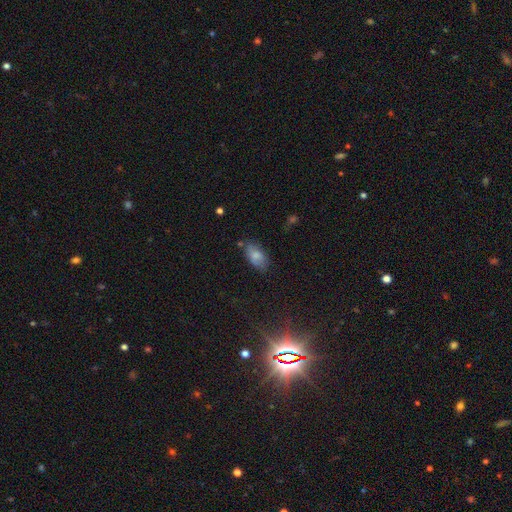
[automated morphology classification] smooth_or_featured: smooth (p=0.74) [alt: featured or disk p=0.17]
how_rounded: in between (p=0.92) [alt: cigar-shaped p=0.04]
merging: none (p=0.68) [alt: minor disturbance p=0.23]